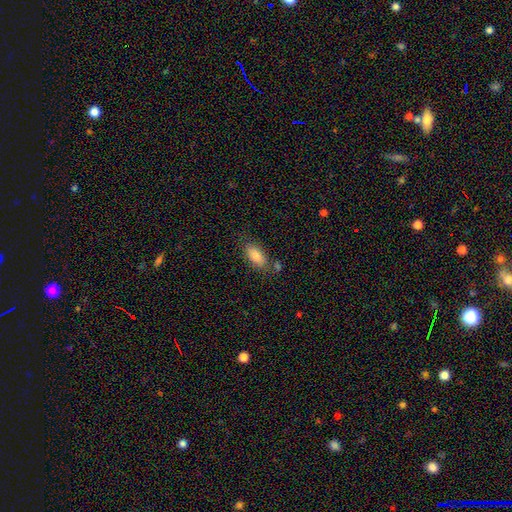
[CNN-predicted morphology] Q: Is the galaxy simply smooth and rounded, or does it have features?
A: smooth — 83%.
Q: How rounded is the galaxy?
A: in between — 89%.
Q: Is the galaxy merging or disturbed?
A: none — 73%.